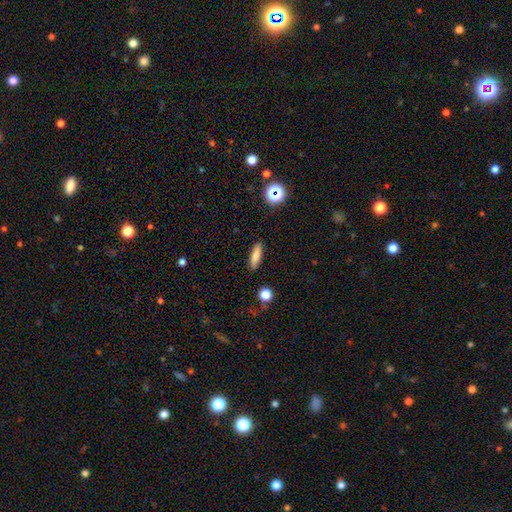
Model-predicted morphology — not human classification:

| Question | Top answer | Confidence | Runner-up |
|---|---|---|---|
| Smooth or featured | smooth | 79% | featured or disk (11%) |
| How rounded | cigar-shaped | 60% | in between (37%) |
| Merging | none | 88% | minor disturbance (8%) |